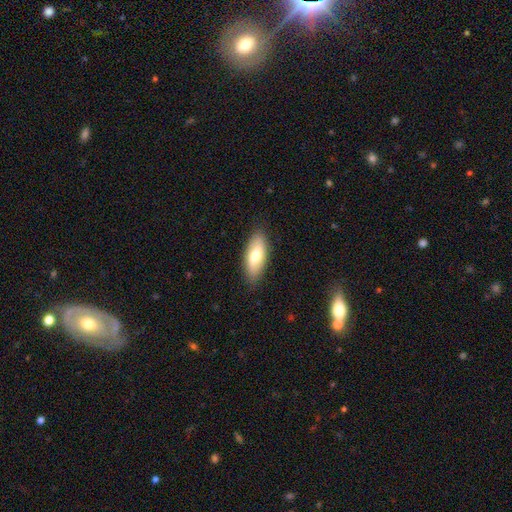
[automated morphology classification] Smooth or featured: smooth — 69% (featured or disk — 26%)
How rounded: in between — 80% (cigar-shaped — 18%)
Merging: none — 86% (minor disturbance — 11%)